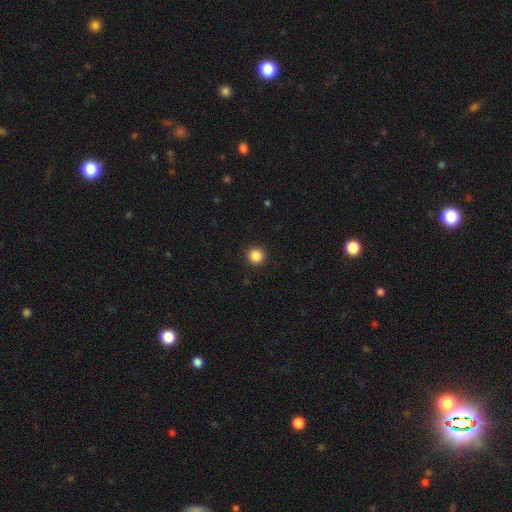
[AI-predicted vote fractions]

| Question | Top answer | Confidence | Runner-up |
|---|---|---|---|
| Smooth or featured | smooth | 87% | star or artifact (11%) |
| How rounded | round | 95% | in between (4%) |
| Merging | none | 93% | minor disturbance (5%) |